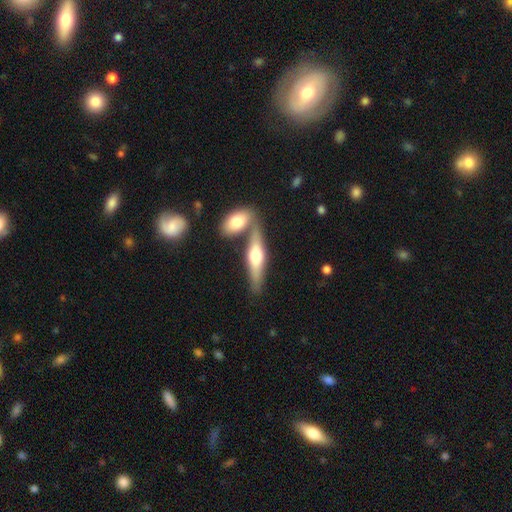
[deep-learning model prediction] The model was most divided on "smooth or featured": featured or disk: 52%, smooth: 43%, star or artifact: 5%. More confident: edge-on disk — yes (88%); merging — none (57%).